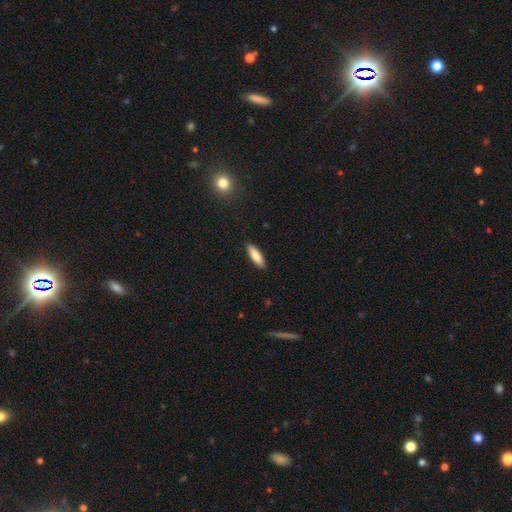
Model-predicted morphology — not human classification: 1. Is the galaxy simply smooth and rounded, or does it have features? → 85% smooth, 9% featured or disk, 6% star or artifact.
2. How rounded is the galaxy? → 55% cigar-shaped, 44% in between, 2% round.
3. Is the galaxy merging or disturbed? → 89% none, 8% minor disturbance, 2% major disturbance, 1% merger.